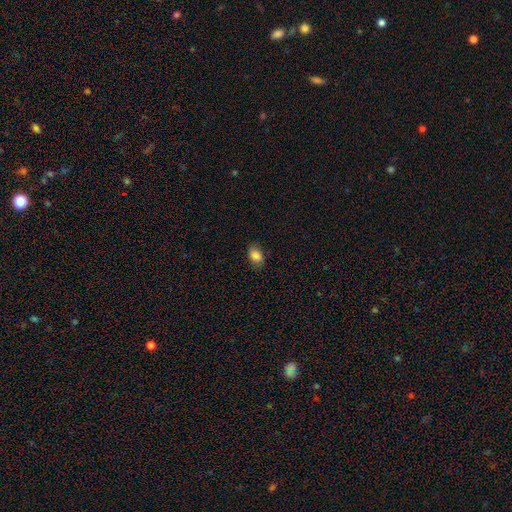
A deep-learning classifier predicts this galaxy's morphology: type=smooth (83%); roundness=in between (81%); merging=none (81%).